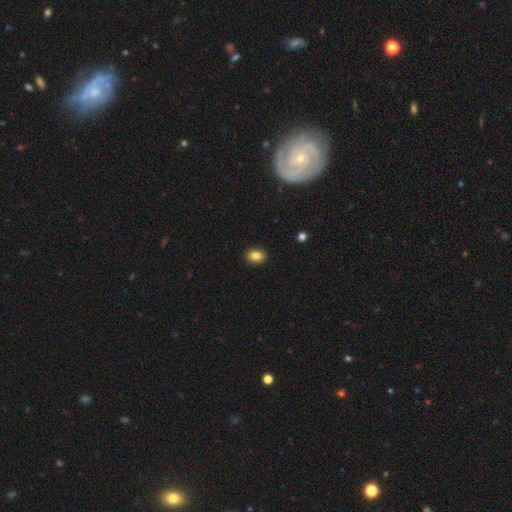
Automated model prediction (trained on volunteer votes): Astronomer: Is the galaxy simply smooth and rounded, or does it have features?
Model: smooth — 85%.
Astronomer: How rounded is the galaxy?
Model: in between — 77%.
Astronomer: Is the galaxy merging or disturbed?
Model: none — 90%.